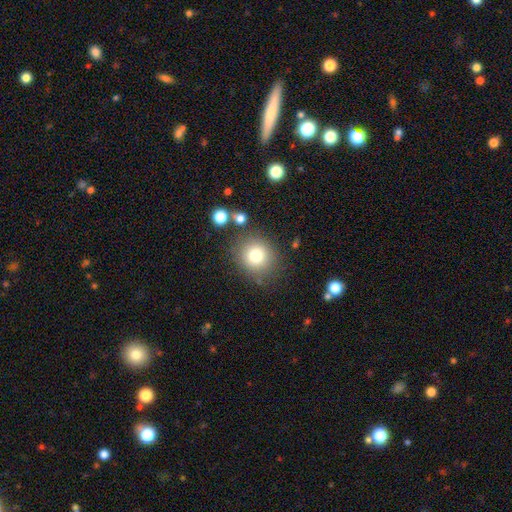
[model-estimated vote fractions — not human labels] smooth-or-featured: smooth: 78% | star or artifact: 12% | featured or disk: 10%
  how-rounded: round: 89% | in between: 10% | cigar-shaped: 1%
  merging: none: 79% | minor disturbance: 11% | merger: 6% | major disturbance: 4%